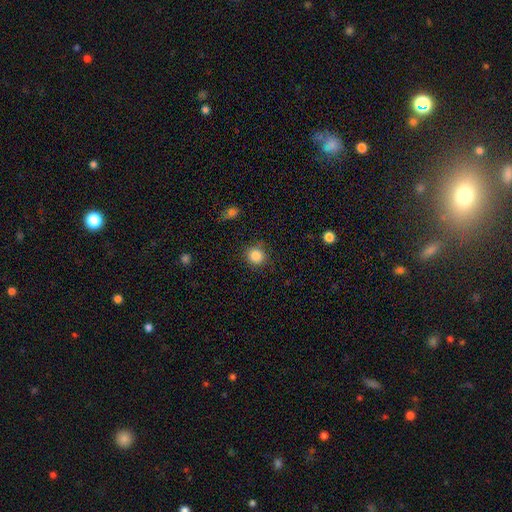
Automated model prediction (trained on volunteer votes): smooth_or_featured: smooth (p=0.85) [alt: star or artifact p=0.11]
how_rounded: round (p=0.90) [alt: in between p=0.09]
merging: none (p=0.85) [alt: minor disturbance p=0.10]